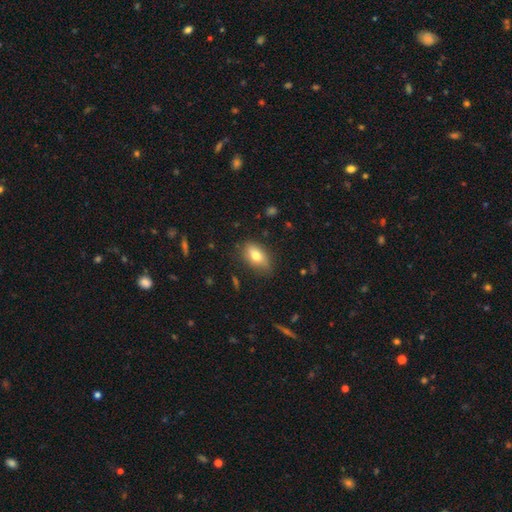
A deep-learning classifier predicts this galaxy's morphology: A smooth galaxy with no disk features (74%) that is in between round and cigar-shaped (87%).

Vote fractions:
- Smooth or featured? smooth: 74% / featured or disk: 18% / star or artifact: 8%
- How rounded? in between: 87% / round: 8% / cigar-shaped: 5%
- Merging? none: 76% / minor disturbance: 19% / major disturbance: 4% / merger: 2%